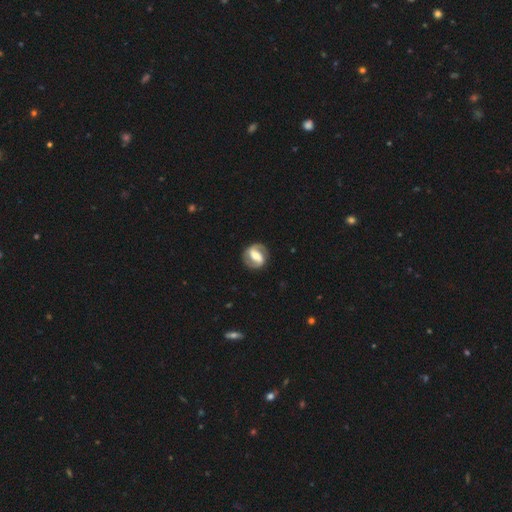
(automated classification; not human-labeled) The model was most divided on "spiral winding": medium: 47%, tight: 30%, loose: 23%. More confident: edge-on disk — no (96%); spiral arm count — 2 (91%); spiral arms — yes (88%); merging — none (85%); smooth or featured — featured or disk (80%); bar — strong (59%); bulge size — moderate (58%).